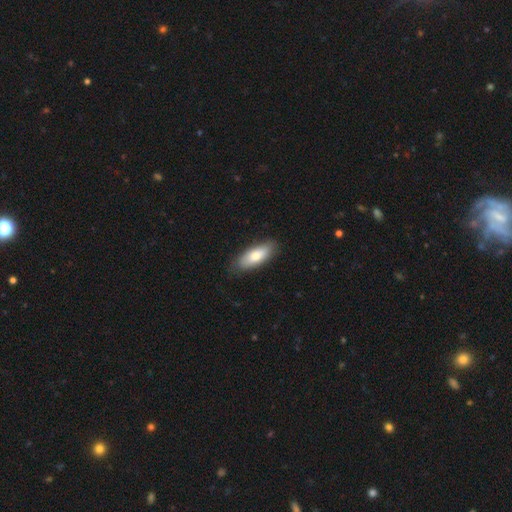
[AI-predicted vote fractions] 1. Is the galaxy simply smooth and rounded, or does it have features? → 75% smooth, 19% featured or disk, 6% star or artifact.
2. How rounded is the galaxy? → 75% in between, 23% cigar-shaped, 2% round.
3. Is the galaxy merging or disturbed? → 83% none, 13% minor disturbance, 3% major disturbance, 1% merger.